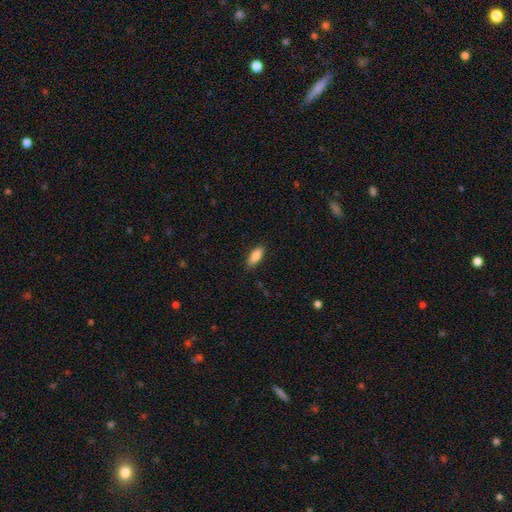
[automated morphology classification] Smooth or featured?
  - smooth: 86% *
  - featured or disk: 8%
  - star or artifact: 7%
How rounded?
  - in between: 77% *
  - cigar-shaped: 21%
  - round: 2%
Merging?
  - none: 86% *
  - minor disturbance: 10%
  - major disturbance: 2%
  - merger: 1%